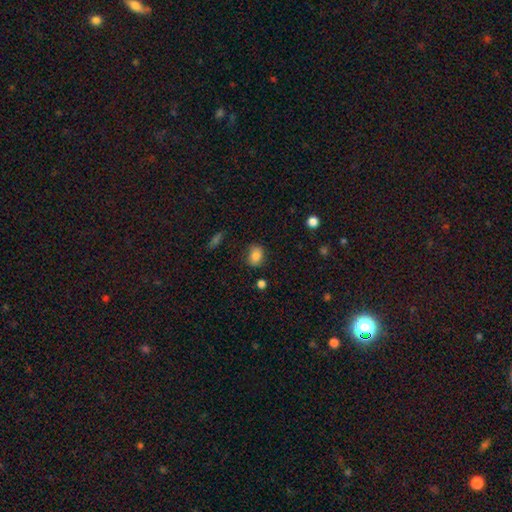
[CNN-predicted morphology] Smooth or featured? Predicted: smooth (p=0.84). How rounded? Predicted: in between (p=0.56). Merging? Predicted: none (p=0.77).